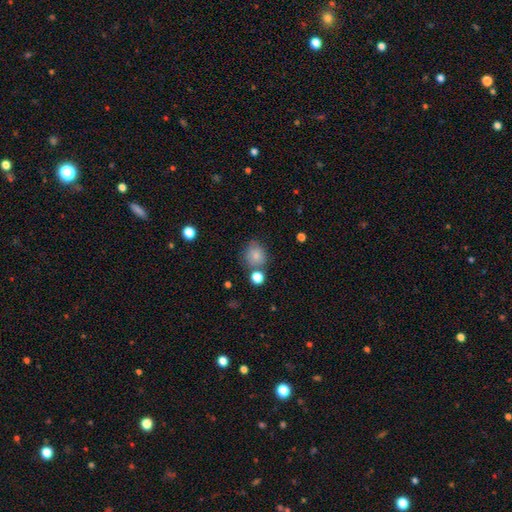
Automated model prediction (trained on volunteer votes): This appears to be a smooth galaxy with no disk features (80%) that is round (79%). Merging: none (67%).